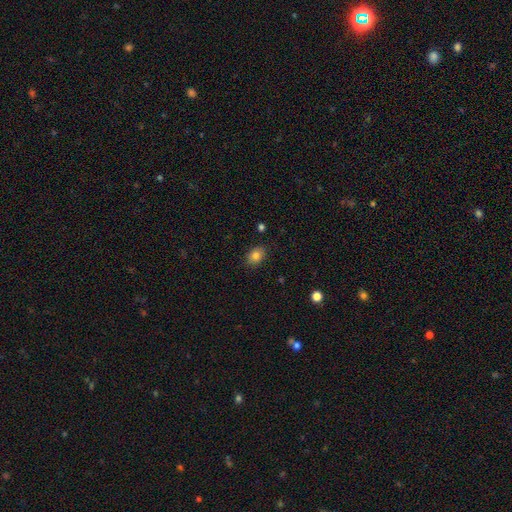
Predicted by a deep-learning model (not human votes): This is clearly a smooth galaxy (81%). How rounded: likely in between (70%). Merging: clearly none (86%).